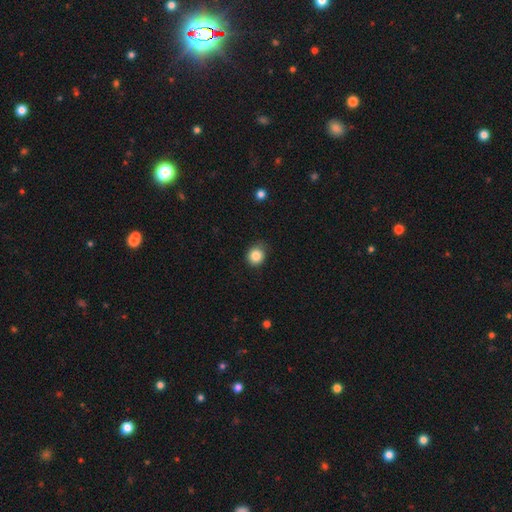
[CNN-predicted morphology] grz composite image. It shows a smooth galaxy with no disk features (85%) that is round (81%). Merging: none (75%).